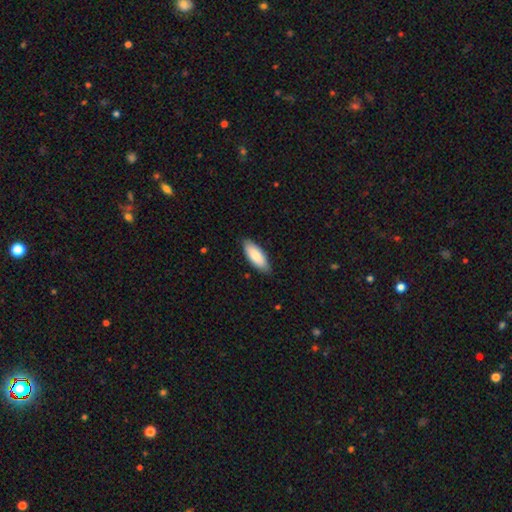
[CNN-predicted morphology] This appears to be a smooth galaxy with no disk features (85%) that is in between round and cigar-shaped (78%). Merging: none (84%).